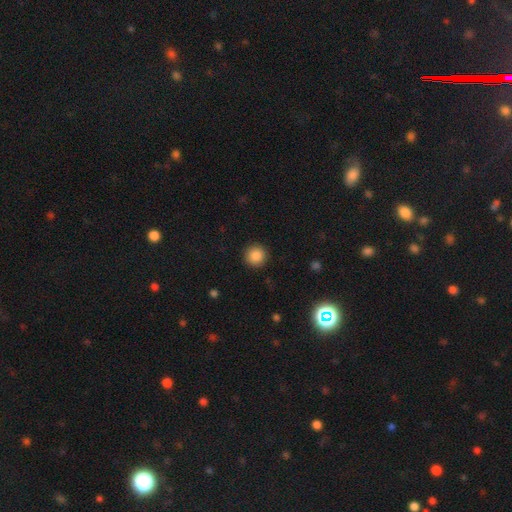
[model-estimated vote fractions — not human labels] This is clearly a smooth galaxy (86%). How rounded: clearly round (95%). Merging: clearly none (92%).